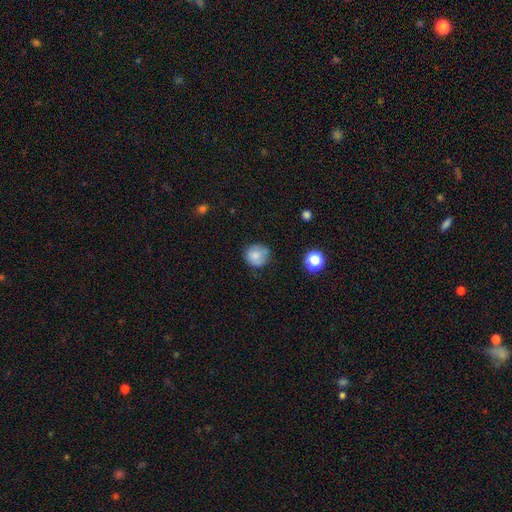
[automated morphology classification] smooth 79%, featured or disk 11%, star or artifact 10%. Down the decision tree: how rounded — round (89%); merging — none (72%).